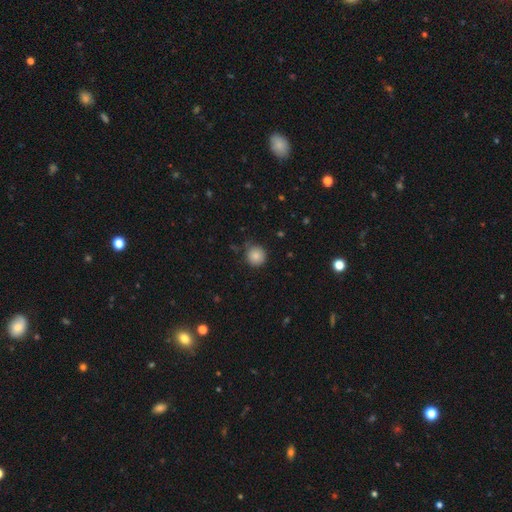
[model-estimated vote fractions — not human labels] Q: Smooth or featured?
A: smooth (86%); runner-up: star or artifact (9%)
Q: How rounded?
A: round (93%); runner-up: in between (6%)
Q: Merging?
A: none (82%); runner-up: minor disturbance (13%)